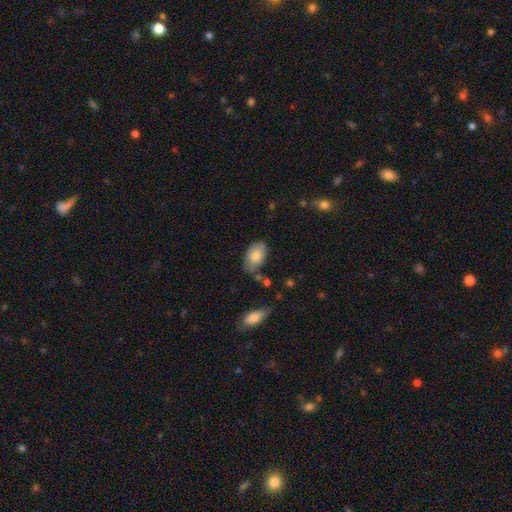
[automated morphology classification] Q: Smooth or featured?
A: smooth (77%); runner-up: featured or disk (16%)
Q: How rounded?
A: in between (89%); runner-up: round (10%)
Q: Merging?
A: none (60%); runner-up: minor disturbance (28%)